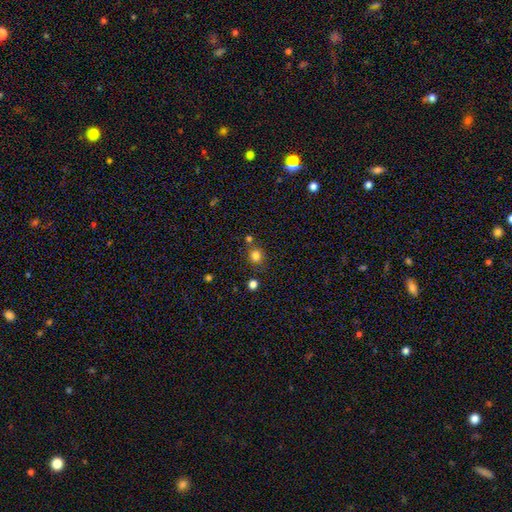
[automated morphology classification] Overall: smooth (81%). How rounded: round (85%). Merging: none (74%).